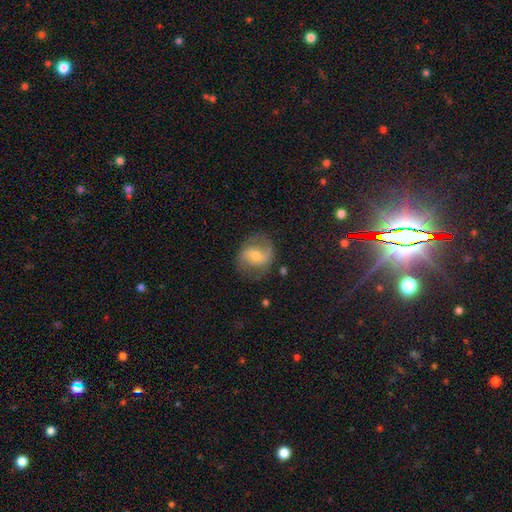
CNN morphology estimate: Smooth or featured?
  - featured or disk: 69% *
  - smooth: 22%
  - star or artifact: 8%
Edge-on disk?
  - no: 97% *
  - yes: 3%
Bar?
  - weak: 47% *
  - no: 33%
  - strong: 20%
Spiral arms?
  - yes: 89% *
  - no: 11%
Spiral winding?
  - medium: 48% *
  - loose: 30%
  - tight: 23%
Spiral arm count?
  - 2: 85% *
  - can't tell: 7%
  - 1: 4%
  - 3: 1%
  - 4: 1%
  - more than 4: 1%
Bulge size?
  - moderate: 59% *
  - small: 35%
  - large: 4%
  - none: 2%
  - dominant: 1%
Merging?
  - none: 75% *
  - minor disturbance: 16%
  - major disturbance: 7%
  - merger: 1%